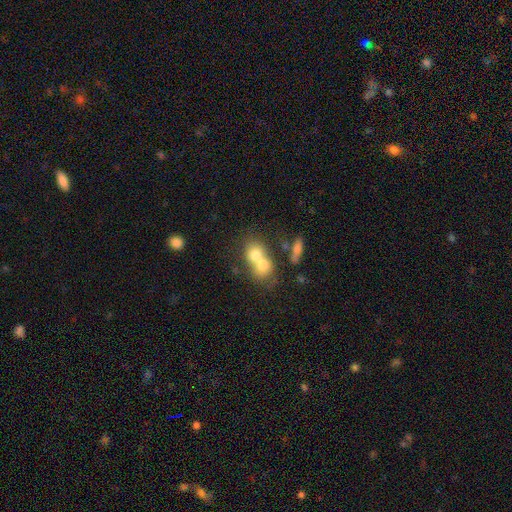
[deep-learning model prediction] smooth 70%, featured or disk 20%, star or artifact 9%. Down the decision tree: how rounded — round (59%); merging — merger (71%).